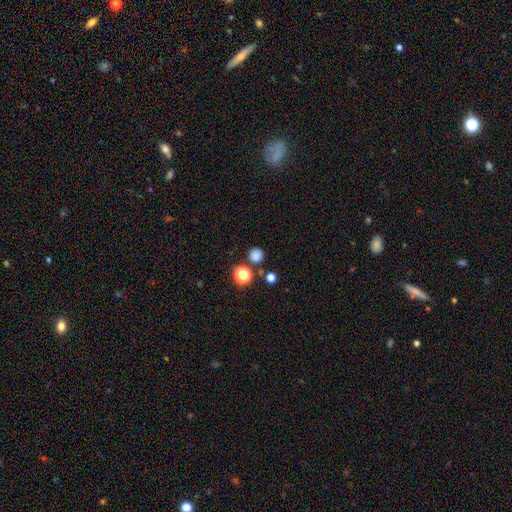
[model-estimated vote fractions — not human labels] Smooth or featured? Predicted: smooth (p=0.79). How rounded? Predicted: round (p=0.92). Merging? Predicted: none (p=0.81).